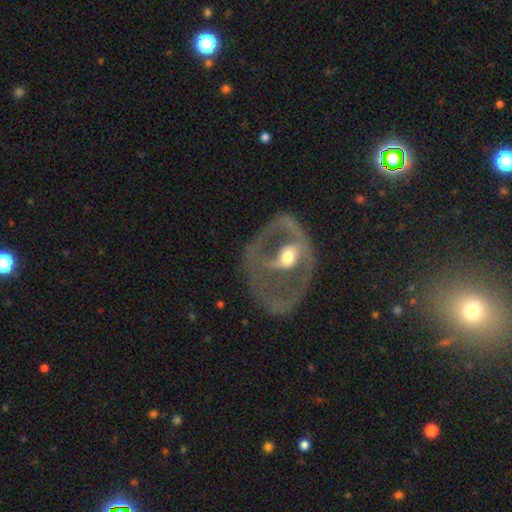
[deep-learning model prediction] Morphology: type=featured or disk (78%); edge-on=no (93%); bar=strong (37%); spiral arms=no (62%); bulge=moderate (68%); merging=none (59%).